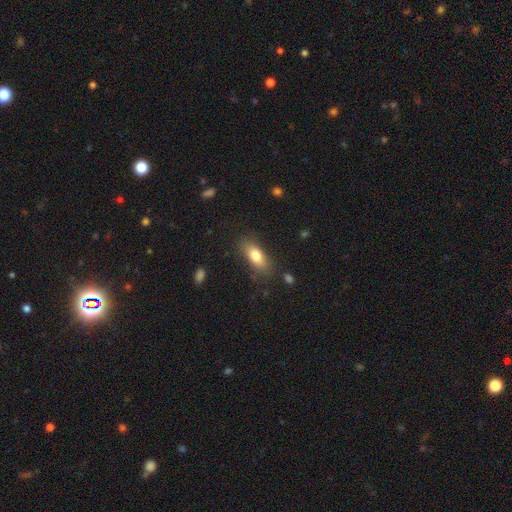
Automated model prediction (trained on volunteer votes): A smooth galaxy with no disk features (76%) that is in between round and cigar-shaped (75%). Merging: none (80%).